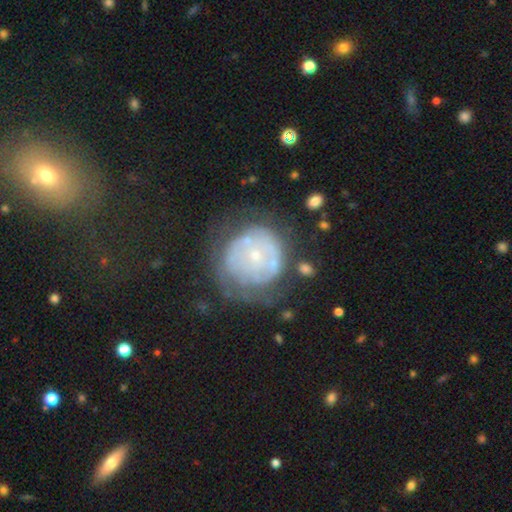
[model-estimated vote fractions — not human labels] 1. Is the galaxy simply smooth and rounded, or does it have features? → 61% featured or disk, 30% smooth, 9% star or artifact.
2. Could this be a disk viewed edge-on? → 97% no, 3% yes.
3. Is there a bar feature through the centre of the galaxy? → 86% no, 11% weak, 3% strong.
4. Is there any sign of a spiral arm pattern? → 51% yes, 49% no.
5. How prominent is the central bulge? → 77% small, 17% moderate, 3% none, 2% large, 1% dominant.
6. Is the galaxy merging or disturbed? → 50% none, 24% minor disturbance, 21% major disturbance, 5% merger.